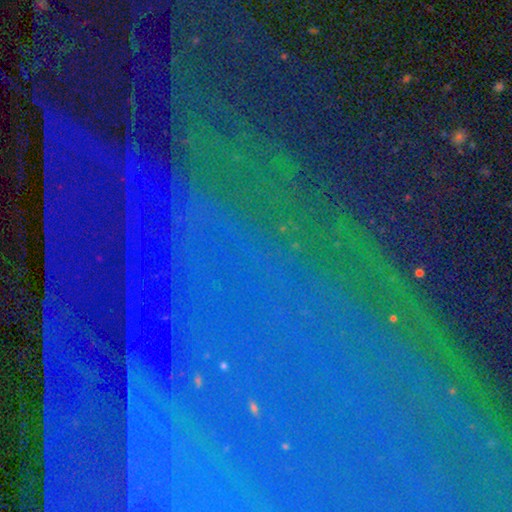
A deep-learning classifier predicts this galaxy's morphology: This is clearly a star or artifact rather than a galaxy (86%).